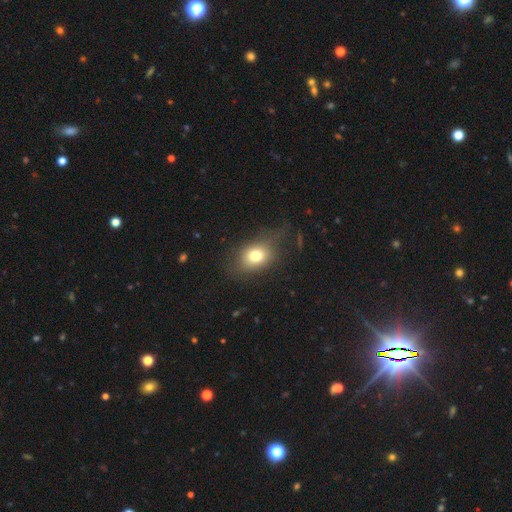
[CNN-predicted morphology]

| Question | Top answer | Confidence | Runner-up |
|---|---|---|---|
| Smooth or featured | smooth | 74% | featured or disk (14%) |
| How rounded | in between | 58% | round (41%) |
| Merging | none | 64% | minor disturbance (21%) |